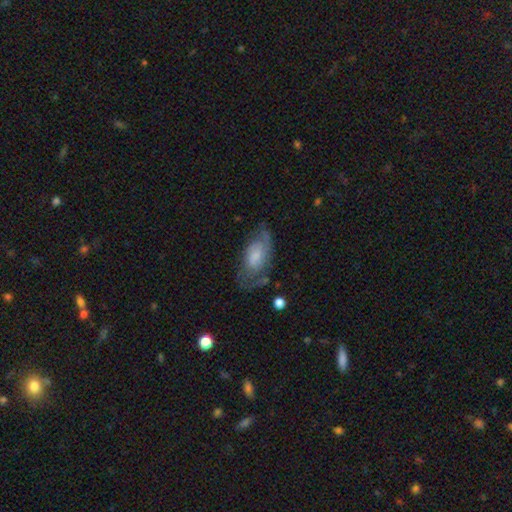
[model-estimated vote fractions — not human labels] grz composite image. It shows a featured or disk galaxy (57%) with no bar (65%), spiral arms (78%) and a moderate central bulge (32%). Merging: none (53%).